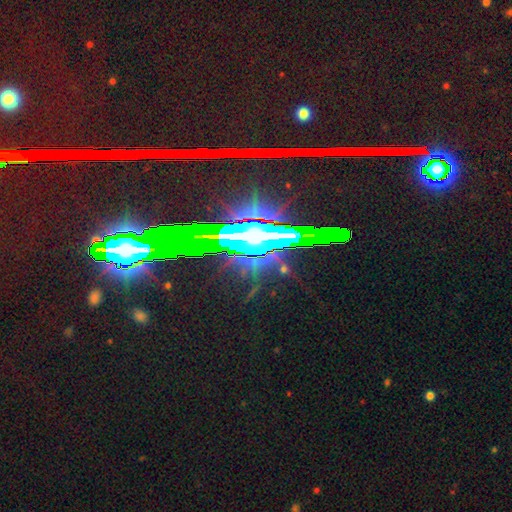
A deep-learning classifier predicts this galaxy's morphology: Smooth or featured: star or artifact — 71% (featured or disk — 16%)